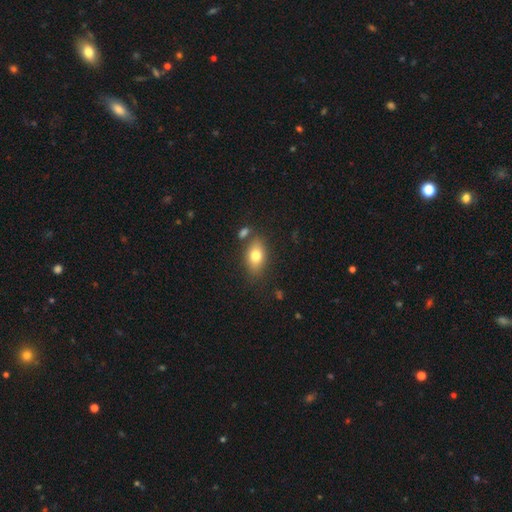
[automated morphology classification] type=smooth (77%); roundness=in between (84%); merging=none (74%).